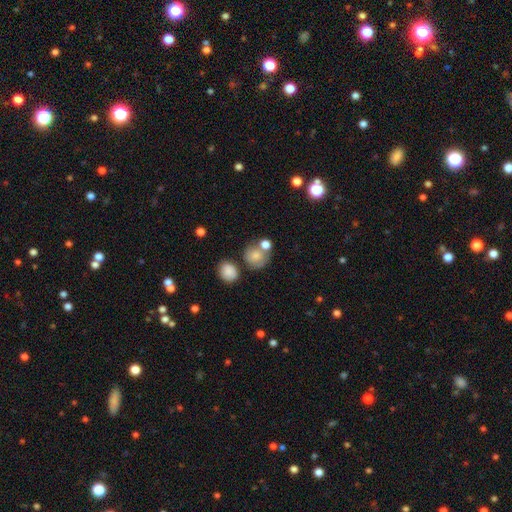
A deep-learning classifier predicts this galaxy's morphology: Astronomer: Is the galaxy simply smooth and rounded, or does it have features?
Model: smooth — 79%.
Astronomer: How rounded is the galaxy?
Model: round — 83%.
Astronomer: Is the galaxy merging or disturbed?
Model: none — 54%.